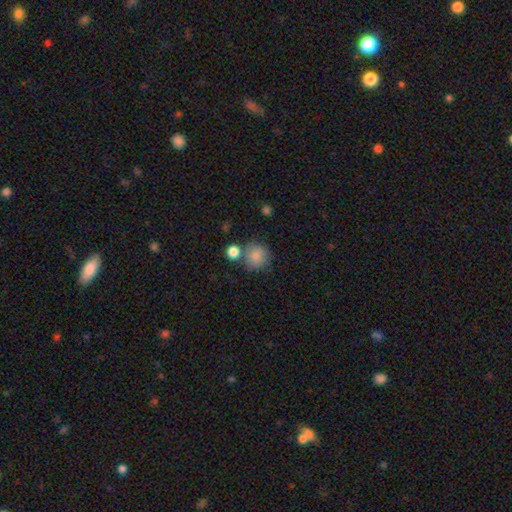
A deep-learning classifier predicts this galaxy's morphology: smooth-or-featured: smooth: 85% | star or artifact: 9% | featured or disk: 6%
  how-rounded: round: 89% | in between: 10% | cigar-shaped: 1%
  merging: none: 65% | merger: 17% | minor disturbance: 14% | major disturbance: 5%